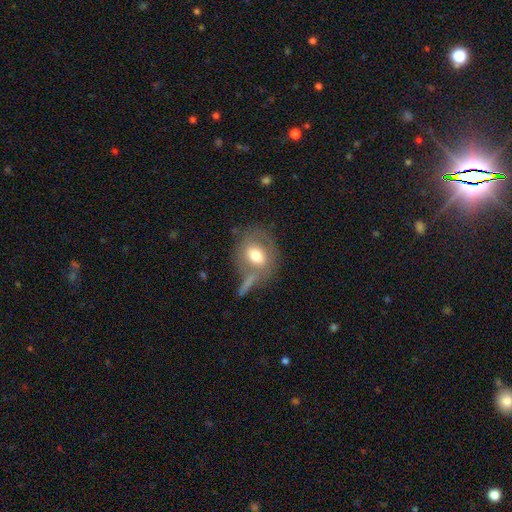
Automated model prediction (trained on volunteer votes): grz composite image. It shows a smooth galaxy with no disk features (64%) that is round (51%). Merging: none (52%).